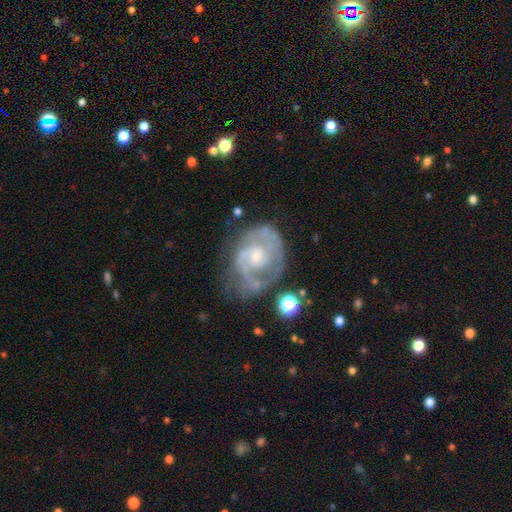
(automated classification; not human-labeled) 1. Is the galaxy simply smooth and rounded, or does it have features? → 85% featured or disk, 9% smooth, 6% star or artifact.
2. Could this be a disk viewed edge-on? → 98% no, 2% yes.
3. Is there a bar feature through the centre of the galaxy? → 65% no, 30% weak, 5% strong.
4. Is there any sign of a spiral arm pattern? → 92% yes, 8% no.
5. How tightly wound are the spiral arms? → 53% tight, 38% medium, 10% loose.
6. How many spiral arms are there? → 54% 2, 22% can't tell, 10% 3, 9% 1, 3% 4, 3% more than 4.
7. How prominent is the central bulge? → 57% small, 36% moderate, 4% none, 2% large, 1% dominant.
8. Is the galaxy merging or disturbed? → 58% none, 23% minor disturbance, 15% major disturbance, 4% merger.